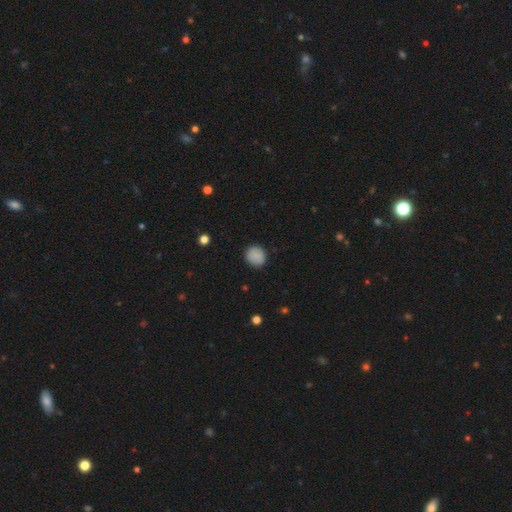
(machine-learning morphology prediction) Smooth or featured? smooth (88%)
How rounded? round (88%)
Merging? none (89%)